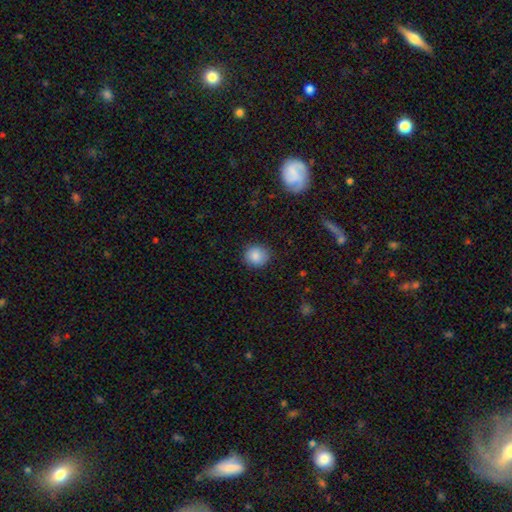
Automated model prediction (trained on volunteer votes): Smooth or featured: smooth — 87% (star or artifact — 9%)
How rounded: round — 85% (in between — 14%)
Merging: none — 87% (minor disturbance — 9%)